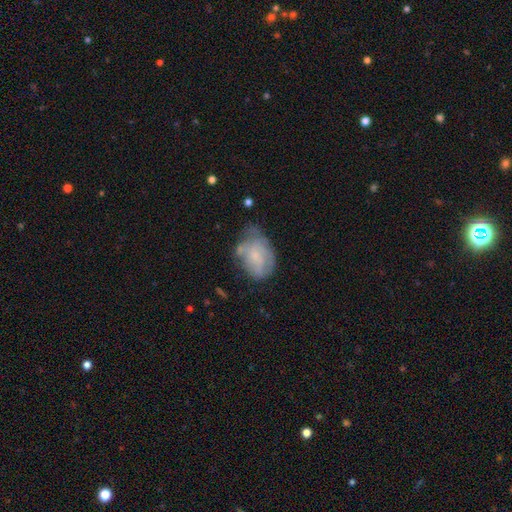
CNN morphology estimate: smooth-or-featured: featured or disk: 46% (tied) | smooth: 46% (tied) | star or artifact: 9%
  merging: none: 41% | minor disturbance: 35% | major disturbance: 19% | merger: 5%